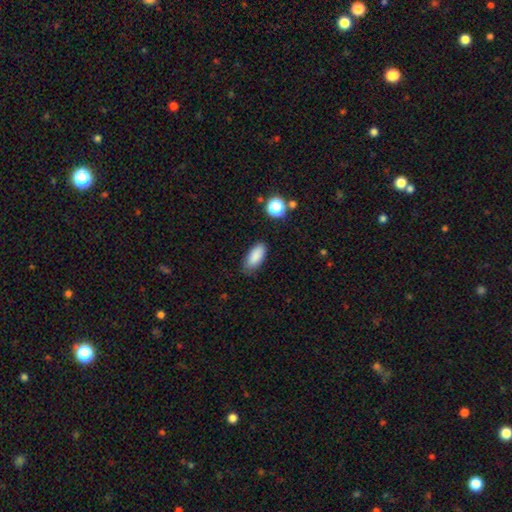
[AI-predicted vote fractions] Smooth or featured? smooth (87%)
How rounded? in between (87%)
Merging? none (77%)